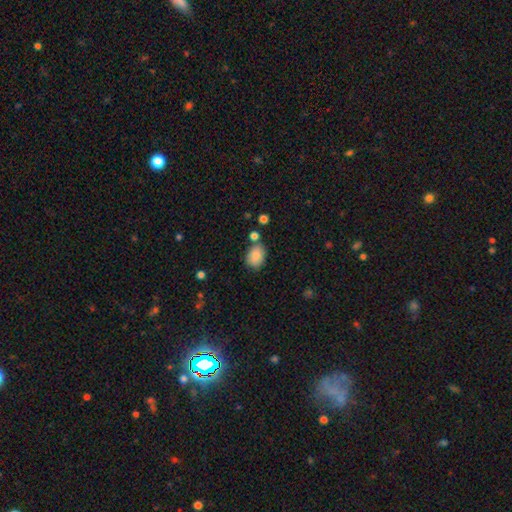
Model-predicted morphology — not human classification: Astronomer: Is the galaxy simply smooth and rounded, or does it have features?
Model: smooth — 86%.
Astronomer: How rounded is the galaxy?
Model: in between — 74%.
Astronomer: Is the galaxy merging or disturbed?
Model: none — 71%.